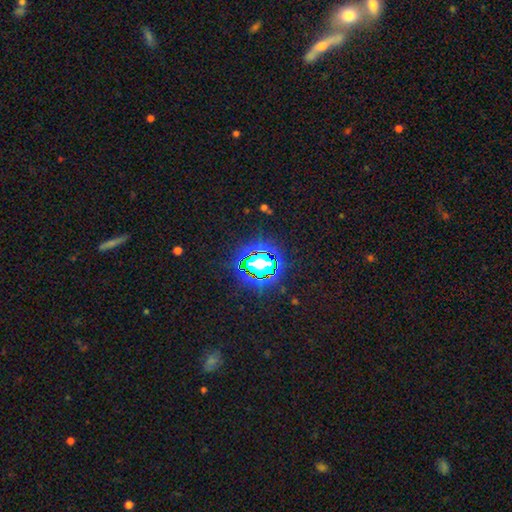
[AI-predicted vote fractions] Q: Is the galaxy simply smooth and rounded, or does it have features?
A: star or artifact — 70%.